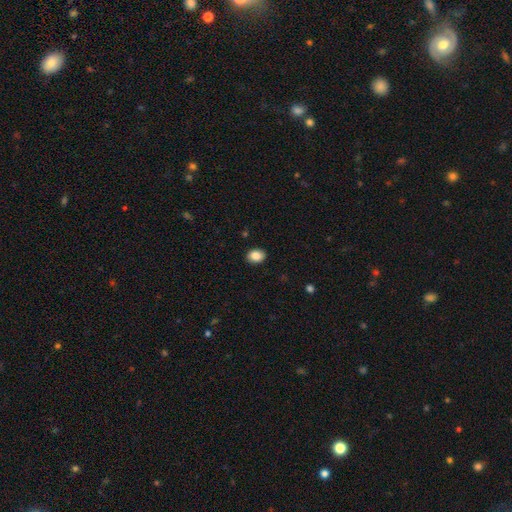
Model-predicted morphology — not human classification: smooth 87%, star or artifact 8%, featured or disk 5%. Down the decision tree: how rounded — in between (61%); merging — none (90%).